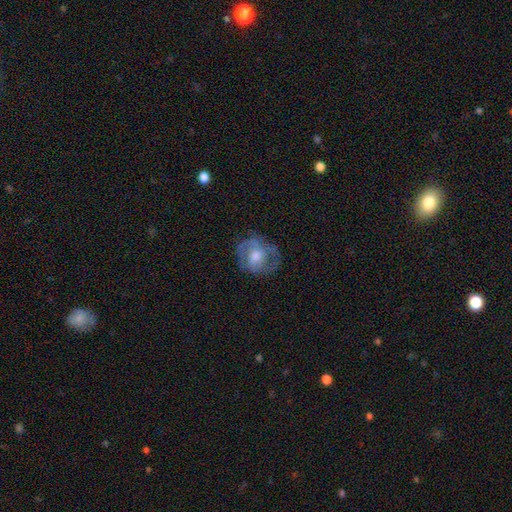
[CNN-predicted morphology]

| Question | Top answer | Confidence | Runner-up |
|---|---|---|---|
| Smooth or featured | featured or disk | 65% | smooth (28%) |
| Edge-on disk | no | 97% | yes (3%) |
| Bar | no | 68% | weak (26%) |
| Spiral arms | yes | 73% | no (27%) |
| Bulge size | moderate | 56% | large (24%) |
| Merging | none | 67% | minor disturbance (19%) |